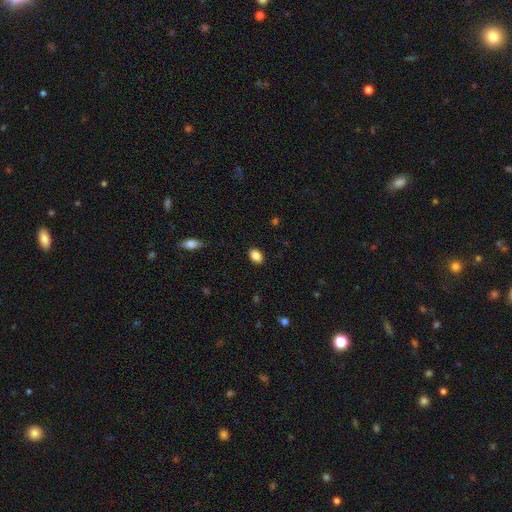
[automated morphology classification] The model was most divided on "how rounded": in between: 84%, round: 15%, cigar-shaped: 2%. More confident: merging — none (88%); smooth or featured — smooth (88%).